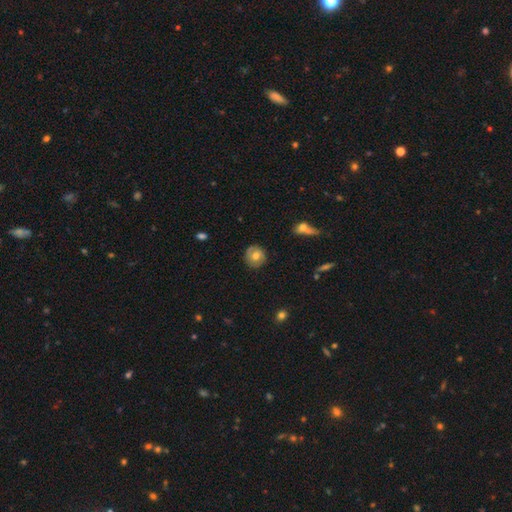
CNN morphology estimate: A smooth galaxy with no disk features (61%) that is round (88%).

Vote fractions:
- Smooth or featured? smooth: 61% / featured or disk: 31% / star or artifact: 8%
- How rounded? round: 88% / in between: 11% / cigar-shaped: 1%
- Merging? none: 84% / minor disturbance: 12% / major disturbance: 3% / merger: 2%